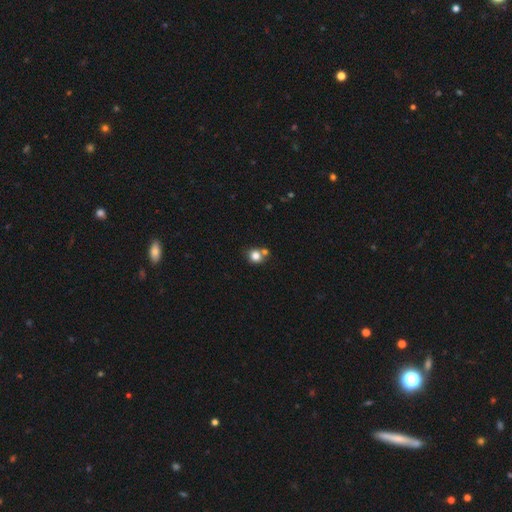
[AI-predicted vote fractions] smooth-or-featured: smooth: 81% | star or artifact: 12% | featured or disk: 7%
  how-rounded: round: 83% | in between: 16% | cigar-shaped: 1%
  merging: none: 60% | merger: 27% | minor disturbance: 10% | major disturbance: 3%